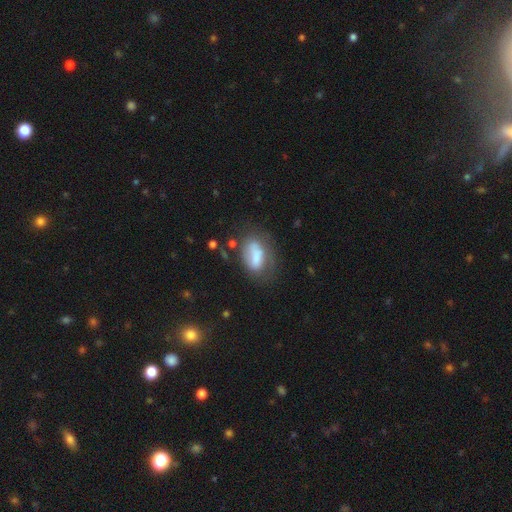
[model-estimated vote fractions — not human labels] Q: Smooth or featured?
A: smooth (65%); runner-up: featured or disk (26%)
Q: How rounded?
A: in between (87%); runner-up: round (9%)
Q: Merging?
A: none (44%); runner-up: minor disturbance (27%)